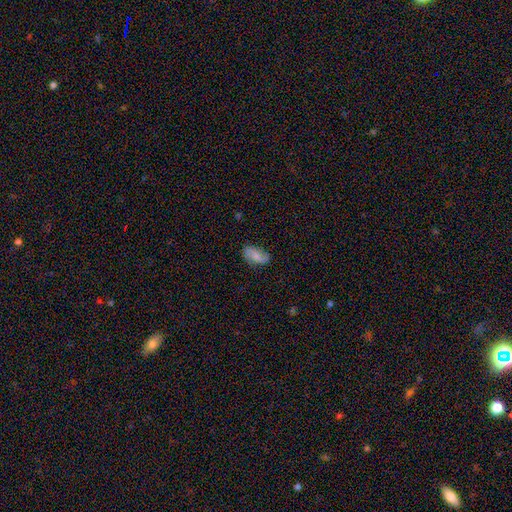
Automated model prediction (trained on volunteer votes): Overall: smooth (58%; featured or disk 34%). How rounded: in between (91%). Merging: none (73%).